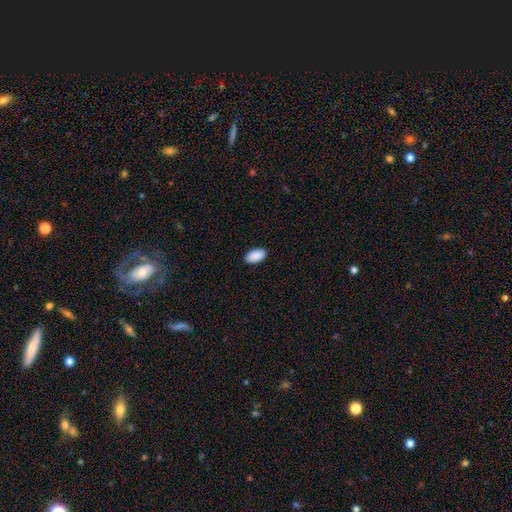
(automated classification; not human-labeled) Overall: smooth (91%). How rounded: in between (96%). Merging: none (90%).